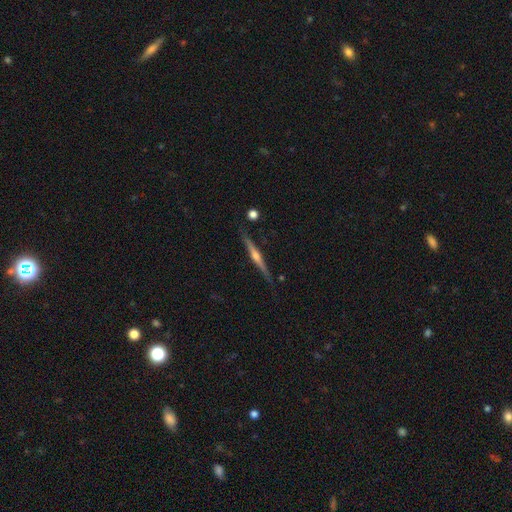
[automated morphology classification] Smooth or featured?
  - featured or disk: 78% *
  - smooth: 16%
  - star or artifact: 6%
Edge-on disk?
  - yes: 98% *
  - no: 2%
Edge-on bulge?
  - rounded: 88% *
  - none: 6%
  - boxy: 5%
Merging?
  - none: 87% *
  - minor disturbance: 9%
  - merger: 2%
  - major disturbance: 2%